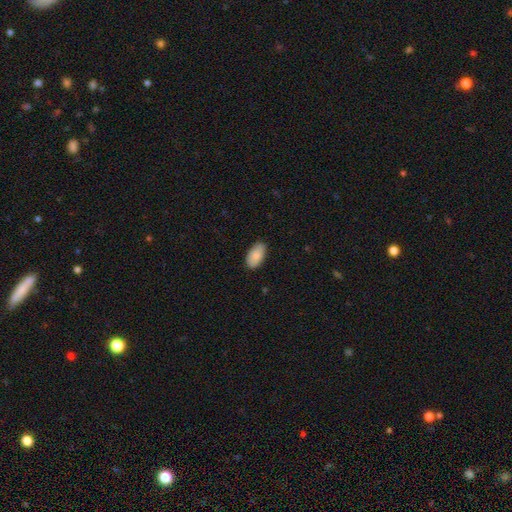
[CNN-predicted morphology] smooth_or_featured: smooth (p=0.87) [alt: featured or disk p=0.08]
how_rounded: in between (p=0.95) [alt: round p=0.03]
merging: none (p=0.85) [alt: minor disturbance p=0.12]